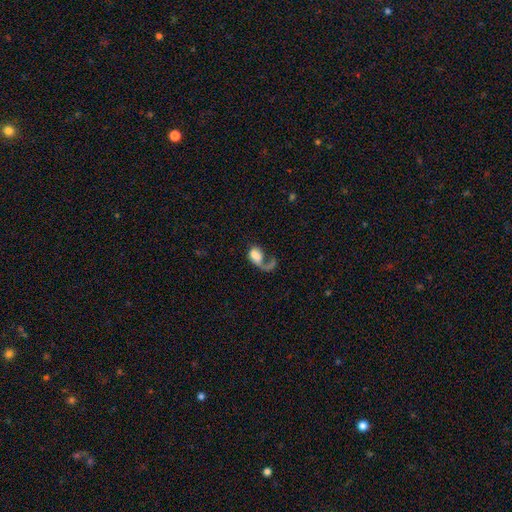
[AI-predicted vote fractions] Smooth or featured: smooth — 49% (featured or disk — 42%)
Merging: major disturbance — 52% (none — 20%)